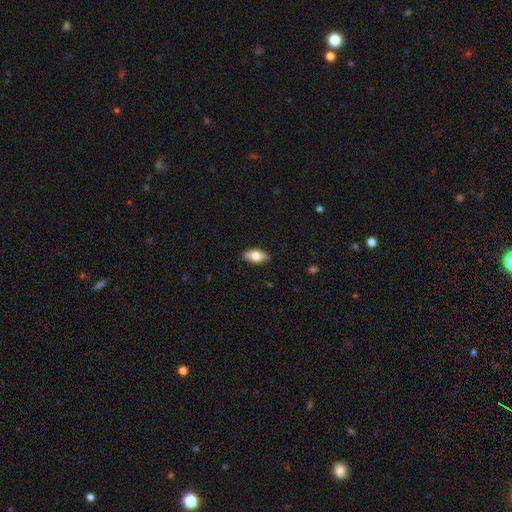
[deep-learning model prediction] The model was most divided on "smooth or featured": smooth: 72%, featured or disk: 22%, star or artifact: 6%. More confident: merging — none (88%); how rounded — in between (88%).